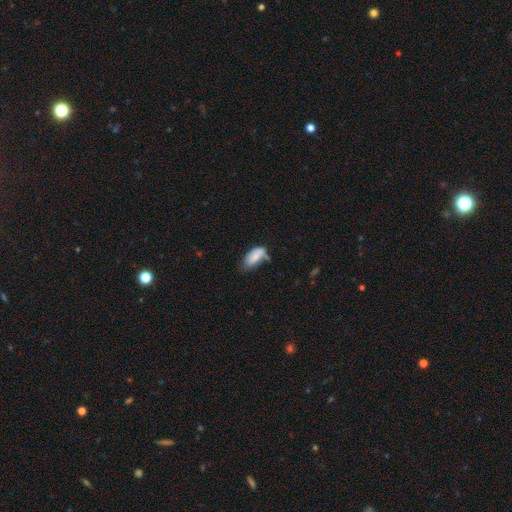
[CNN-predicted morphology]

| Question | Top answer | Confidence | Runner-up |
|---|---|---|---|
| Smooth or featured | smooth | 73% | featured or disk (20%) |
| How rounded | in between | 91% | cigar-shaped (6%) |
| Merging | minor disturbance | 39% | none (34%) |